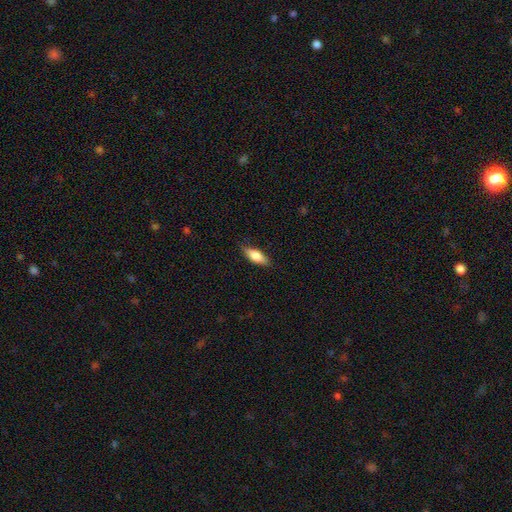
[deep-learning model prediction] Smooth or featured?
  - smooth: 75% *
  - featured or disk: 18%
  - star or artifact: 6%
How rounded?
  - in between: 69% *
  - cigar-shaped: 28%
  - round: 3%
Merging?
  - none: 84% *
  - minor disturbance: 13%
  - major disturbance: 3%
  - merger: 1%